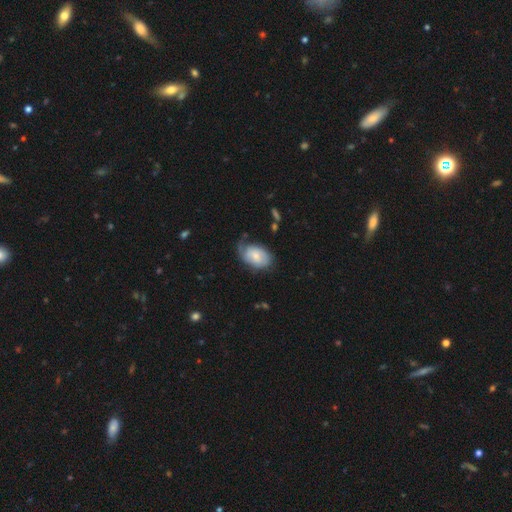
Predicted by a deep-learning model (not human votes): Smooth or featured? smooth (52%)
How rounded? in between (84%)
Merging? none (46%)